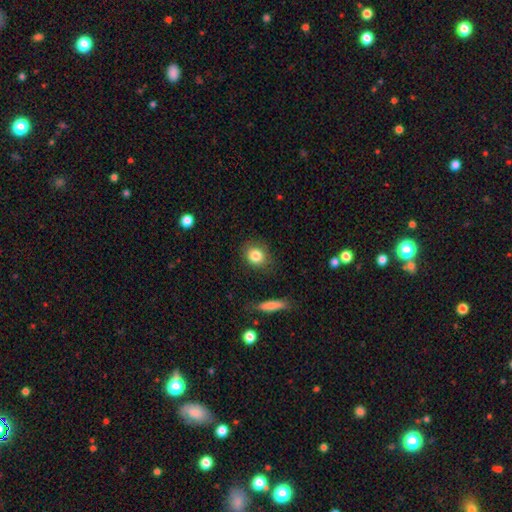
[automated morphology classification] smooth_or_featured: smooth (p=0.84) [alt: star or artifact p=0.09]
how_rounded: round (p=0.70) [alt: in between p=0.29]
merging: none (p=0.82) [alt: minor disturbance p=0.12]